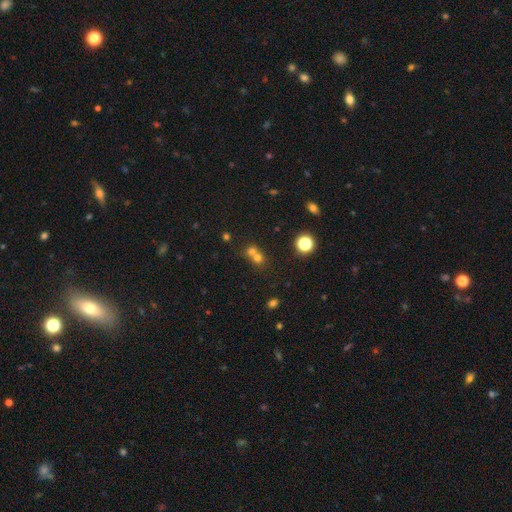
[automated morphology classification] This is likely a smooth galaxy (65%). How rounded: clearly round (83%). Merging: possibly merger (55%).